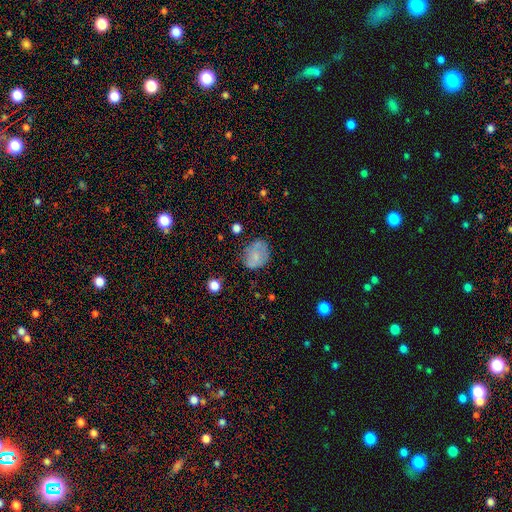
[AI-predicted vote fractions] Smooth or featured? Predicted: smooth (p=0.66). How rounded? Predicted: in between (p=0.53). Merging? Predicted: none (p=0.64).